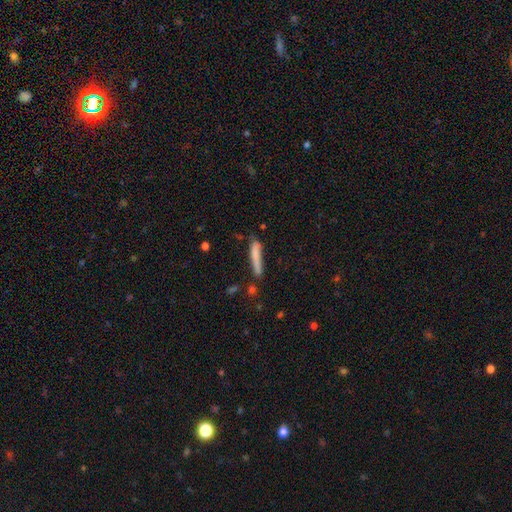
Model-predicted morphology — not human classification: Smooth or featured?
  - smooth: 74% *
  - featured or disk: 19%
  - star or artifact: 7%
How rounded?
  - cigar-shaped: 93% *
  - in between: 6%
  - round: 1%
Merging?
  - none: 66% *
  - minor disturbance: 22%
  - merger: 6%
  - major disturbance: 6%